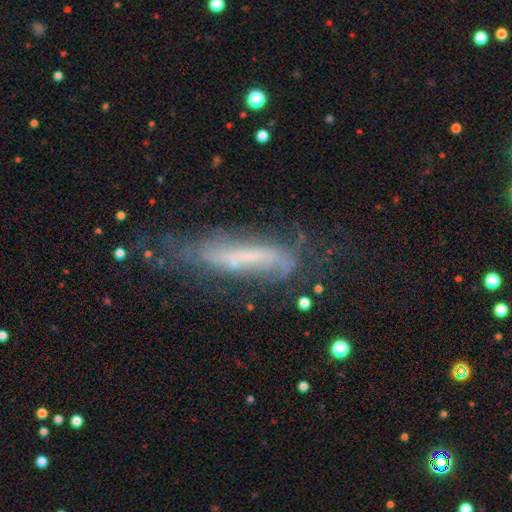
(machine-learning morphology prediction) A featured or disk galaxy (58%).

Vote fractions:
- Smooth or featured? featured or disk: 58% / smooth: 33% / star or artifact: 10%
- Edge-on disk? no: 56% / yes: 44%
- Merging? none: 47% / minor disturbance: 27% / major disturbance: 20% / merger: 5%